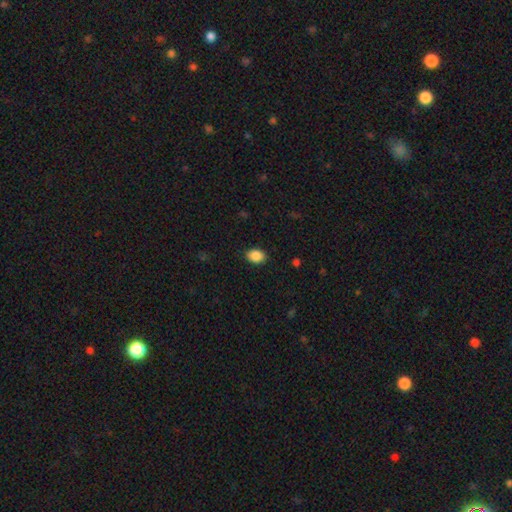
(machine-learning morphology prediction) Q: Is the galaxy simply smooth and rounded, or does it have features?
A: smooth — 88%.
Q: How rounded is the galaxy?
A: in between — 74%.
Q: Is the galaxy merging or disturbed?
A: none — 88%.